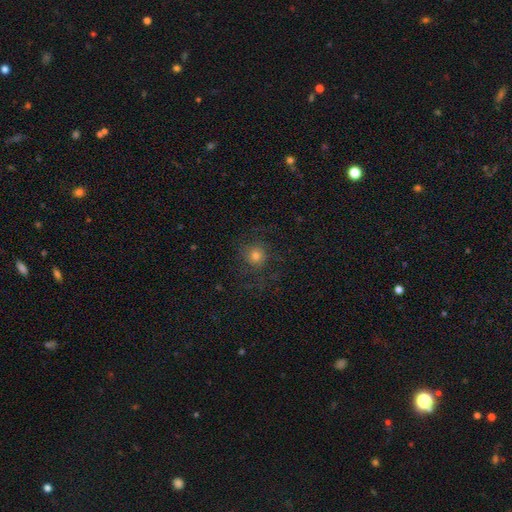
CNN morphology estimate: smooth 58%, featured or disk 24%, star or artifact 18%. Down the decision tree: how rounded — round (92%); merging — none (72%).